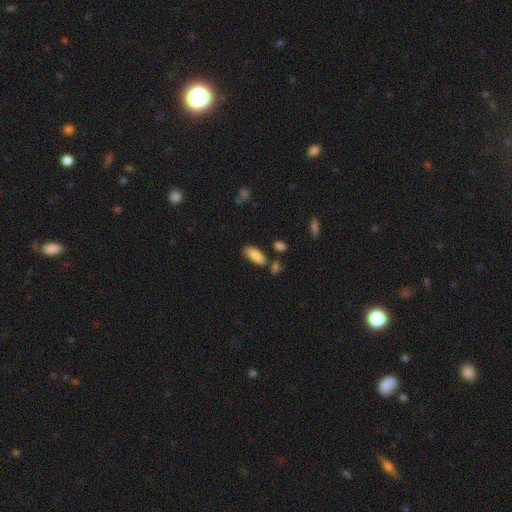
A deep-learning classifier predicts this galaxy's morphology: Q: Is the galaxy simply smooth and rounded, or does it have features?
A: smooth — 86%.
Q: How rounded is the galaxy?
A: in between — 80%.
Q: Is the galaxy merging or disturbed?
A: none — 70%.